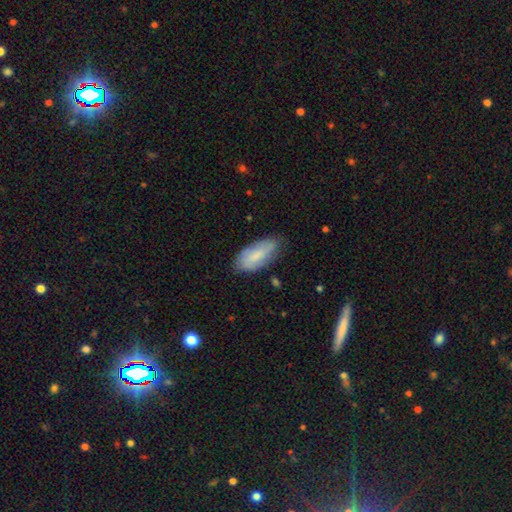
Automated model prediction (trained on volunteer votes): A smooth galaxy with no disk features (67%) that is in between round and cigar-shaped (88%). Merging: none (66%).